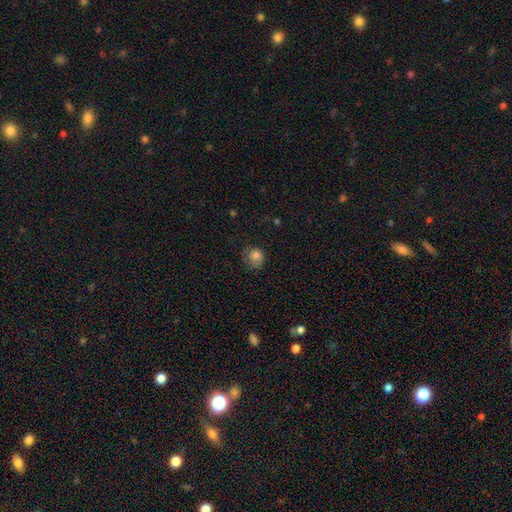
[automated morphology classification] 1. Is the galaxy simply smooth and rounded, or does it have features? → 79% smooth, 11% star or artifact, 10% featured or disk.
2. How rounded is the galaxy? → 79% round, 20% in between, 1% cigar-shaped.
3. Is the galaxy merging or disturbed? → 60% none, 27% minor disturbance, 12% major disturbance, 2% merger.